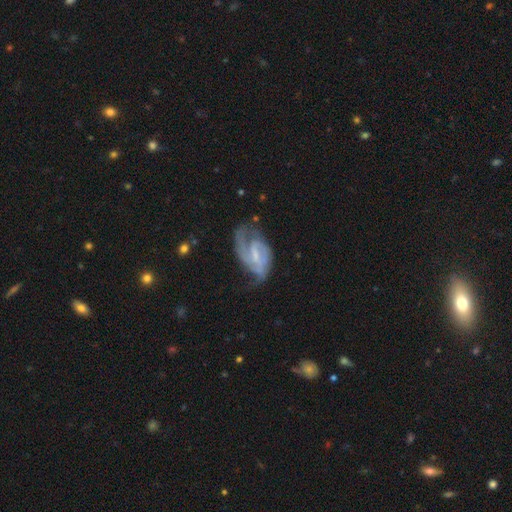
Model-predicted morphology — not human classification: featured or disk 79%, smooth 14%, star or artifact 7%. Down the decision tree: edge-on disk — no (96%); bar — weak (54%); spiral arms — yes (90%); spiral arm count — 2 (61%); spiral winding — medium (47%); bulge size — small (47%); merging — none (46%).